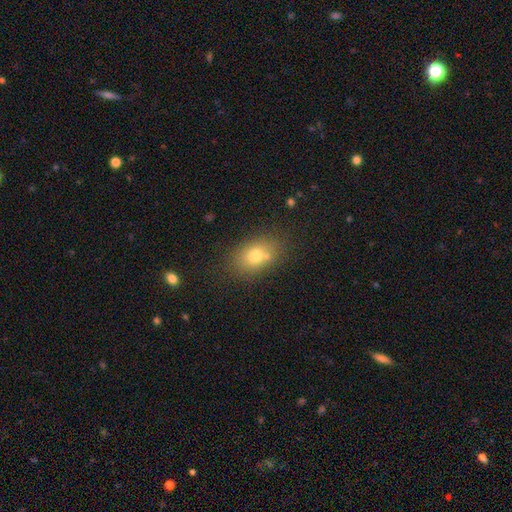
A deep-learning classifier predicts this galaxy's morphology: Smooth or featured? smooth (74%)
How rounded? in between (74%)
Merging? none (69%)